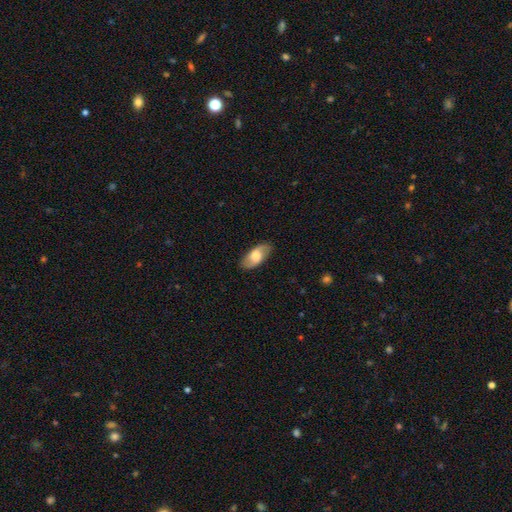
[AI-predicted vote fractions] A smooth galaxy with no disk features (51%) that is in between round and cigar-shaped (89%). Merging: none (85%).